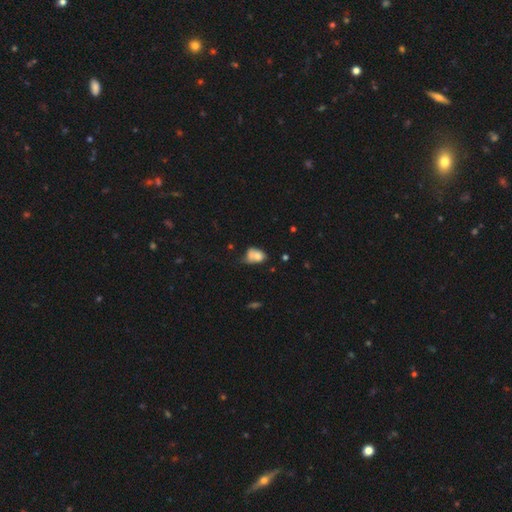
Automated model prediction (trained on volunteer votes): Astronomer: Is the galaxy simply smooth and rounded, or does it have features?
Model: smooth — 68%.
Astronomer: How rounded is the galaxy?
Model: in between — 73%.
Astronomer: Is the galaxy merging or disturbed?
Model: merger — 37% (runner-up: none, 24%).